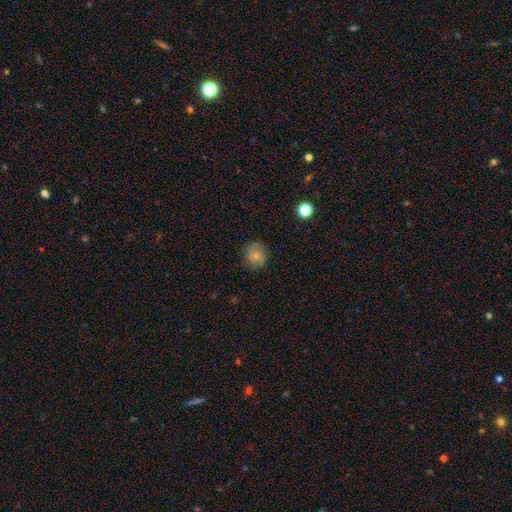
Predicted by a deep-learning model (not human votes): Smooth or featured?
  - smooth: 67% *
  - featured or disk: 23%
  - star or artifact: 10%
How rounded?
  - round: 84% *
  - in between: 15%
  - cigar-shaped: 1%
Merging?
  - none: 80% *
  - minor disturbance: 15%
  - major disturbance: 4%
  - merger: 1%